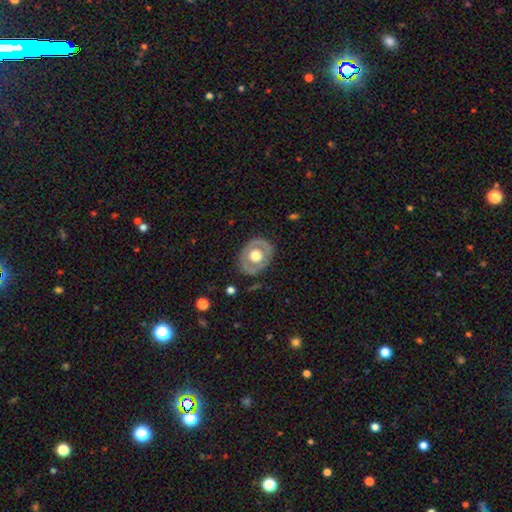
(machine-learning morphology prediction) smooth_or_featured: featured or disk (p=0.55) [alt: smooth p=0.40]
disk_edge_on: no (p=0.93) [alt: yes p=0.07]
bar: no (p=0.88) [alt: weak p=0.10]
has_spiral_arms: no (p=0.85) [alt: yes p=0.15]
bulge_size: large (p=0.49) [alt: moderate p=0.43]
merging: none (p=0.80) [alt: minor disturbance p=0.14]